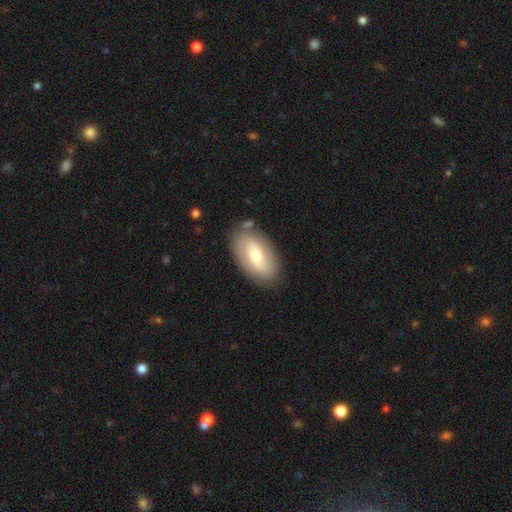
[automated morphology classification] Overall: smooth (53%; featured or disk 40%). How rounded: in between (92%). Merging: none (82%).